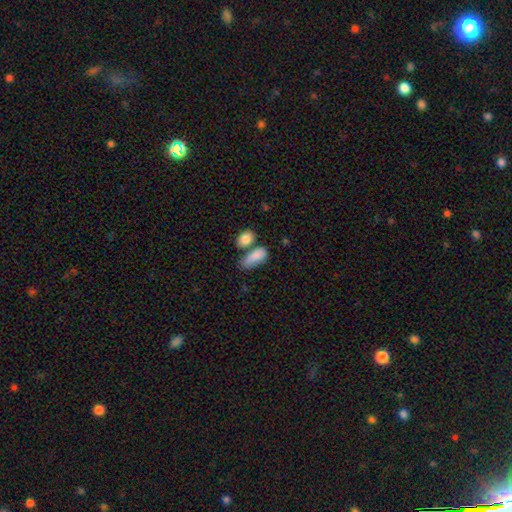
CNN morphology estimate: Smooth or featured?
  - smooth: 86% *
  - featured or disk: 7%
  - star or artifact: 7%
How rounded?
  - in between: 83% *
  - cigar-shaped: 13%
  - round: 4%
Merging?
  - none: 43% *
  - merger: 28%
  - minor disturbance: 21%
  - major disturbance: 8%